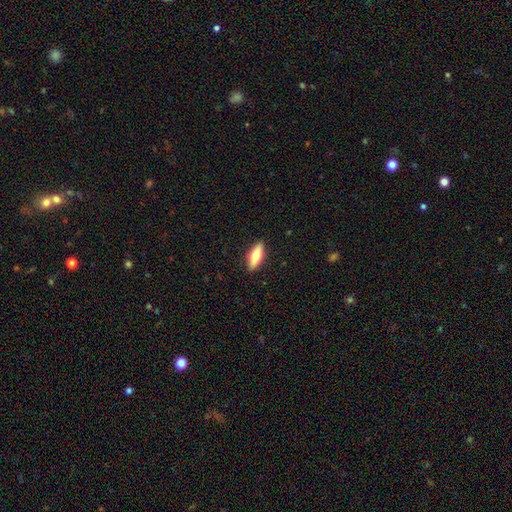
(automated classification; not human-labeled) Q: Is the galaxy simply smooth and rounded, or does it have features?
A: smooth — 69%.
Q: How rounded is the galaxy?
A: in between — 61%.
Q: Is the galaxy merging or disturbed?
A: none — 90%.